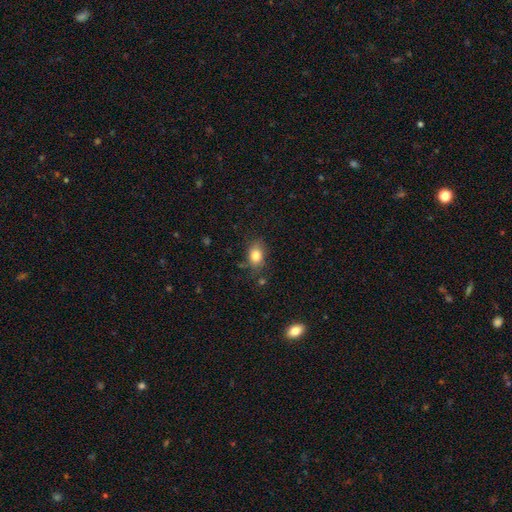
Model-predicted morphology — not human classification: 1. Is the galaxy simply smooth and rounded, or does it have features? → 82% smooth, 10% star or artifact, 8% featured or disk.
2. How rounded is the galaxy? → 74% in between, 25% round, 1% cigar-shaped.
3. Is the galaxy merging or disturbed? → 76% none, 17% minor disturbance, 4% major disturbance, 3% merger.